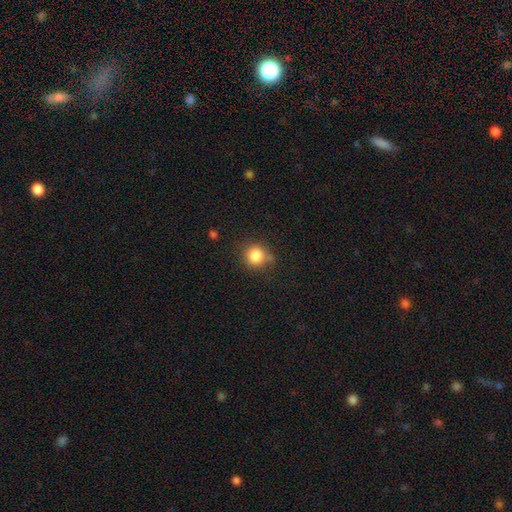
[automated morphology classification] Smooth or featured? smooth (84%)
How rounded? round (90%)
Merging? none (73%)